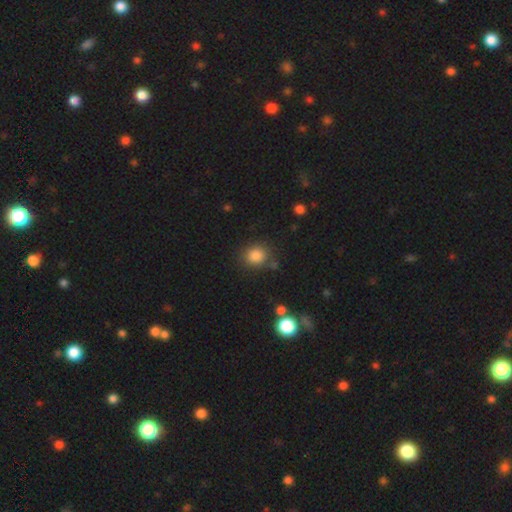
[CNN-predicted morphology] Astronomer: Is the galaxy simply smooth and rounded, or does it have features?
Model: smooth — 84%.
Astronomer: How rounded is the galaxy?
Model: round — 76%.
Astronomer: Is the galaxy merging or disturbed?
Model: none — 80%.